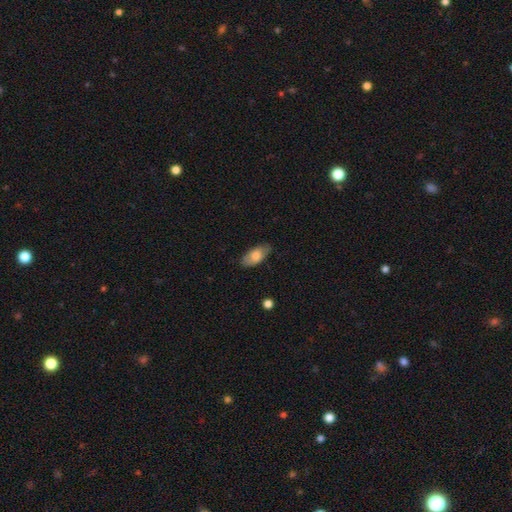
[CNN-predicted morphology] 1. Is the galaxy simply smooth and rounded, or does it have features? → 74% smooth, 20% featured or disk, 6% star or artifact.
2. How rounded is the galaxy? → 90% in between, 7% cigar-shaped, 3% round.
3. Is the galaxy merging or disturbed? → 80% none, 16% minor disturbance, 3% major disturbance, 1% merger.